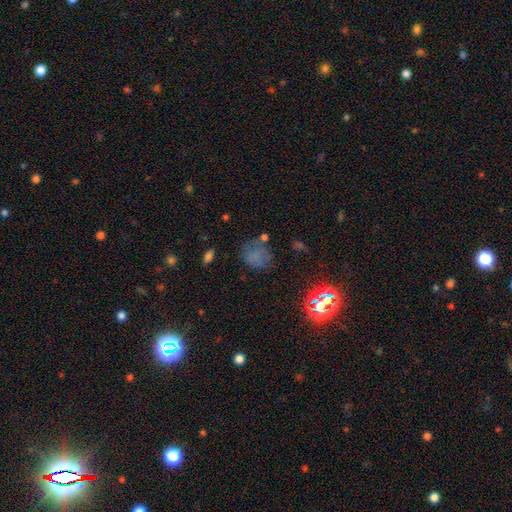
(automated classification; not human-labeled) Q: Smooth or featured?
A: smooth (64%); runner-up: star or artifact (21%)
Q: How rounded?
A: round (67%); runner-up: in between (31%)
Q: Merging?
A: none (55%); runner-up: minor disturbance (24%)